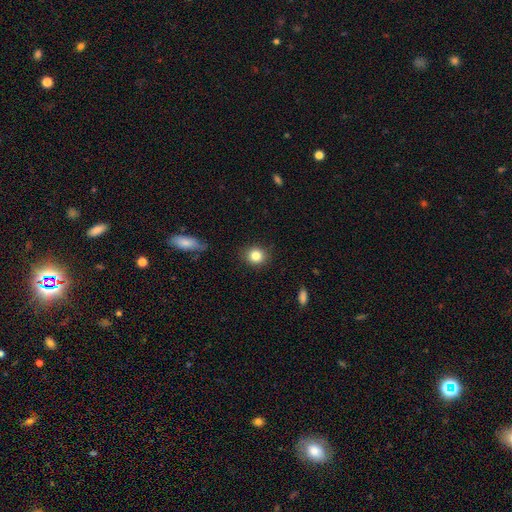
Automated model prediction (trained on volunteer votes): Smooth or featured? smooth (83%)
How rounded? round (81%)
Merging? none (87%)